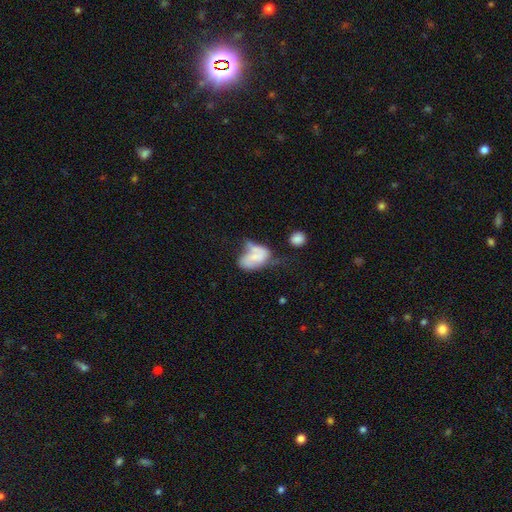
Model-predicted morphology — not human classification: type=smooth (59%); roundness=in between (89%); merging=major disturbance (30%).